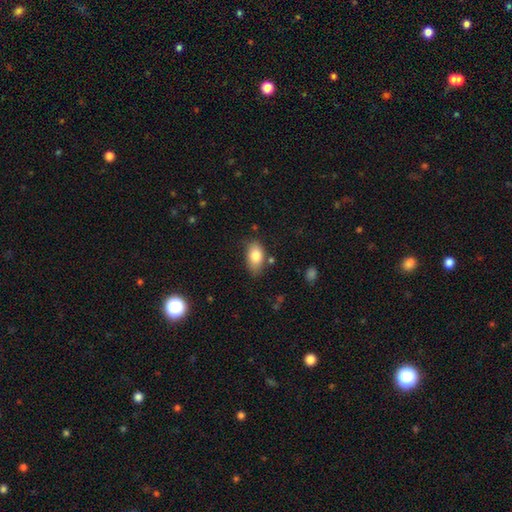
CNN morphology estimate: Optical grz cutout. It shows a smooth galaxy with no disk features (82%) that is in between round and cigar-shaped (91%). Merging: none (71%).